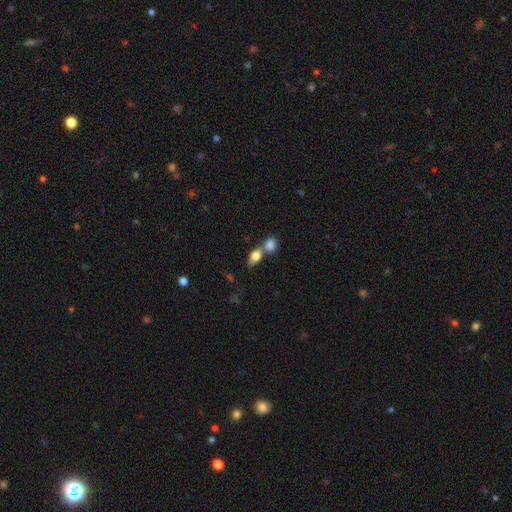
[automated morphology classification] Smooth or featured? Predicted: smooth (p=0.78). How rounded? Predicted: in between (p=0.76). Merging? Predicted: merger (p=0.57).